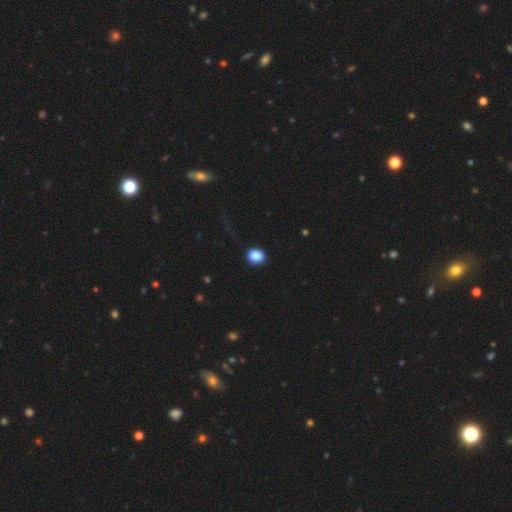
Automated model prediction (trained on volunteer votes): Morphology: type=smooth (88%); roundness=round (59%); merging=none (89%).